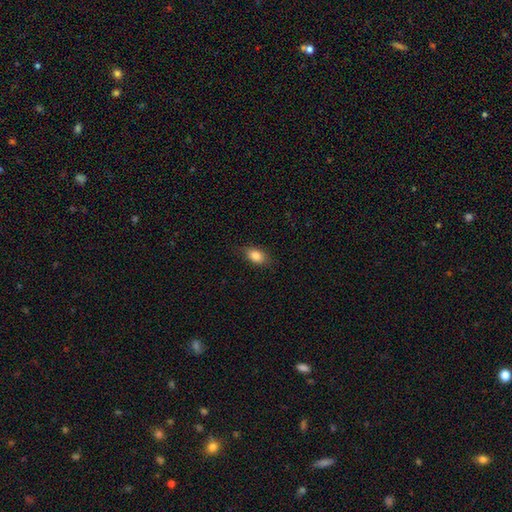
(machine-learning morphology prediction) Q: Smooth or featured?
A: smooth (84%); runner-up: star or artifact (8%)
Q: How rounded?
A: in between (85%); runner-up: round (11%)
Q: Merging?
A: none (82%); runner-up: minor disturbance (14%)